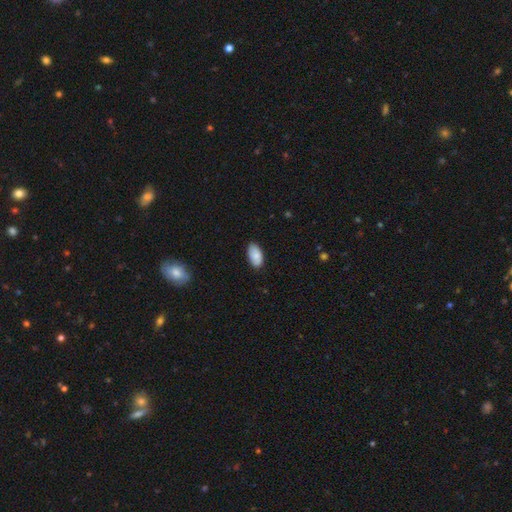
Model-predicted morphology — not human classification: type=smooth (81%); roundness=in between (95%); merging=none (82%).